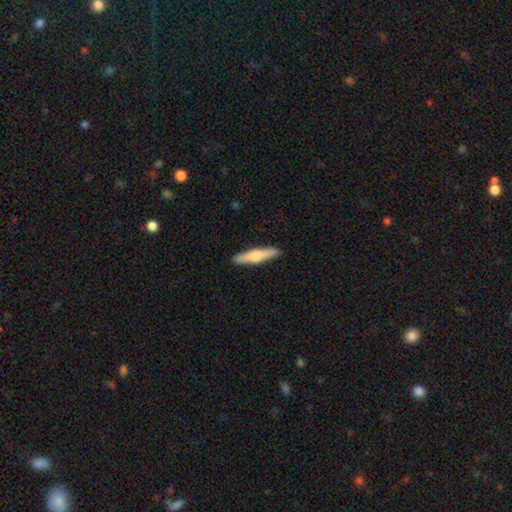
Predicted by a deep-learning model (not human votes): smooth 54%, featured or disk 41%, star or artifact 5%. Down the decision tree: how rounded — cigar-shaped (86%); merging — none (91%).